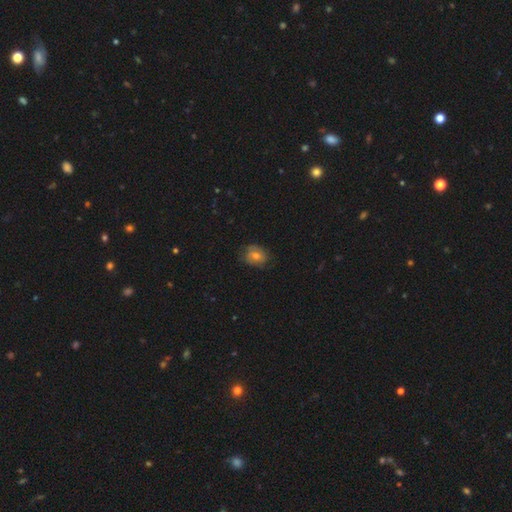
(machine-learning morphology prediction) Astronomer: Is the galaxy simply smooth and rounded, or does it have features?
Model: smooth — 58%.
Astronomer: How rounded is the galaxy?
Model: round — 55% (runner-up: in between, 43%).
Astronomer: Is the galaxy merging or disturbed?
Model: none — 71%.